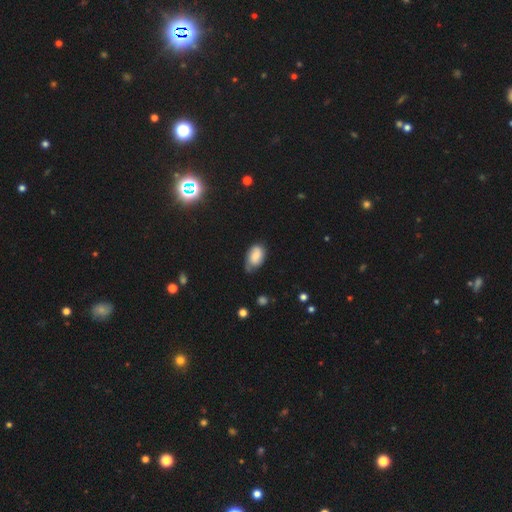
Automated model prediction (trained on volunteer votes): Morphology: type=smooth (70%); roundness=in between (90%); merging=none (47%).